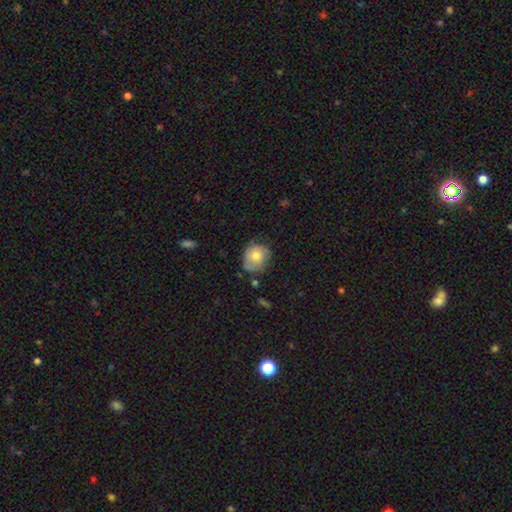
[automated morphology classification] type=smooth (70%); roundness=round (72%); merging=none (62%).